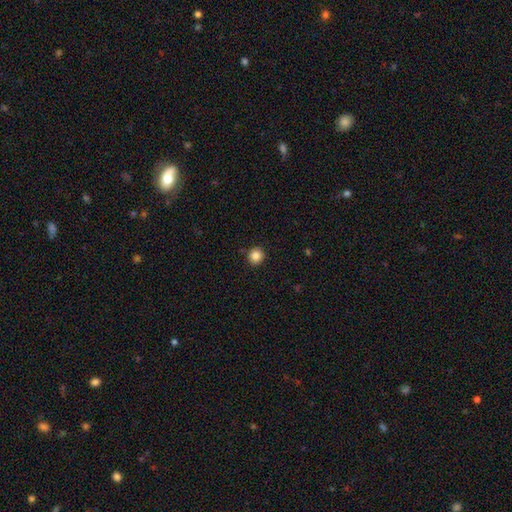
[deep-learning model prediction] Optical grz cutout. It shows a smooth galaxy with no disk features (85%) that is round (88%). Merging: none (91%).